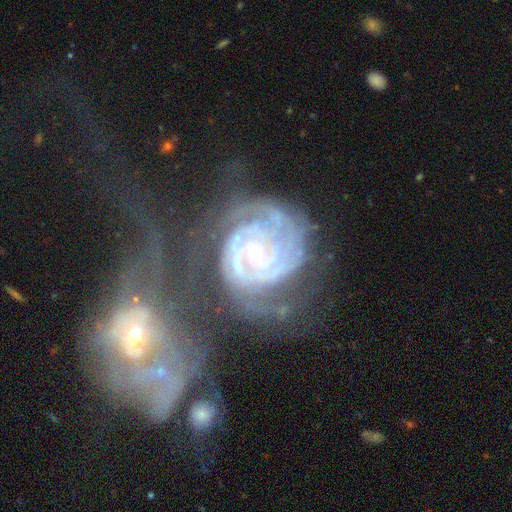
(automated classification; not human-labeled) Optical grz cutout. It shows a featured or disk galaxy (89%) with no bar (64%), tight (70%) spiral arms (95%) and a moderate central bulge (50%). Merging: none (33%).